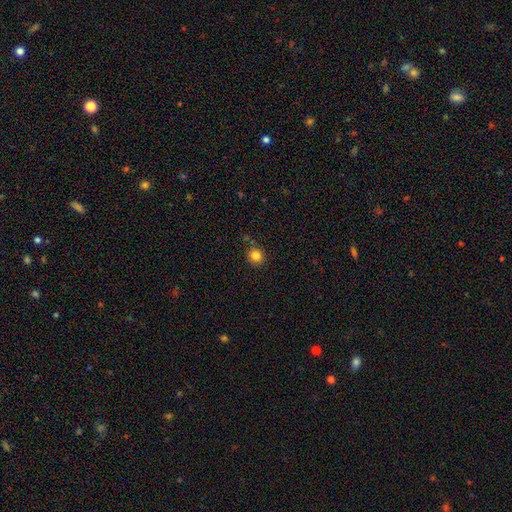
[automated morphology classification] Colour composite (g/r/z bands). It shows a smooth galaxy with no disk features (83%) that is round (89%). Merging: none (84%).